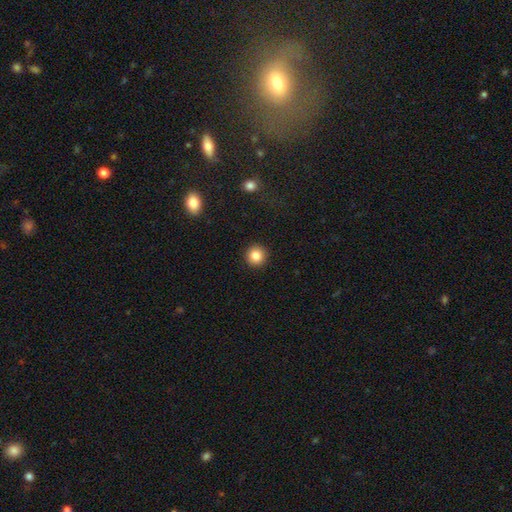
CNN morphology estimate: smooth-or-featured: smooth: 85% | star or artifact: 10% | featured or disk: 5%
  how-rounded: round: 94% | in between: 5% | cigar-shaped: 1%
  merging: none: 93% | minor disturbance: 5% | major disturbance: 2% | merger: 1%